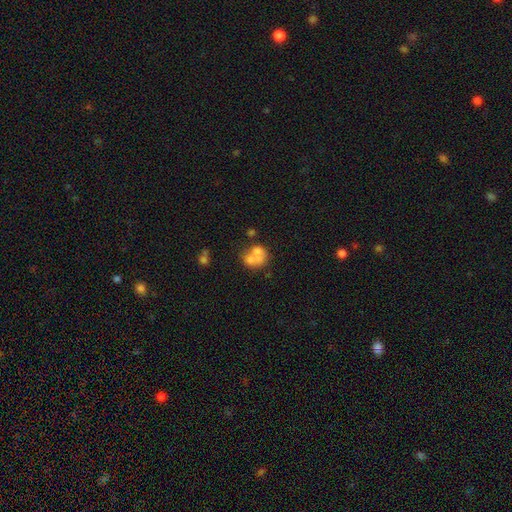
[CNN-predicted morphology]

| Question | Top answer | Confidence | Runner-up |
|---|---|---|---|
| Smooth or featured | smooth | 57% | featured or disk (32%) |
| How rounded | round | 61% | in between (38%) |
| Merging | merger | 56% | none (27%) |